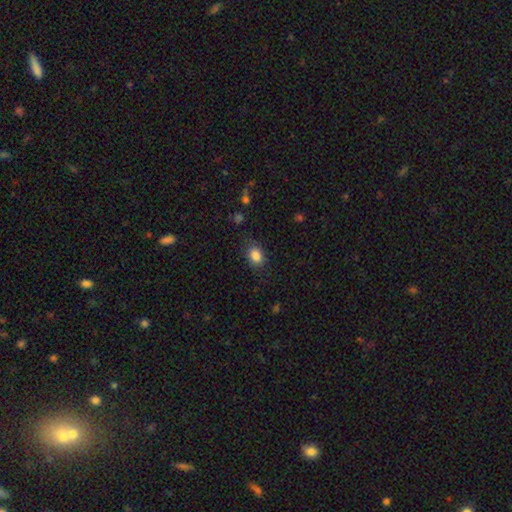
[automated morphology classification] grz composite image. It shows a smooth galaxy with no disk features (86%) that is in between round and cigar-shaped (64%). Merging: none (78%).